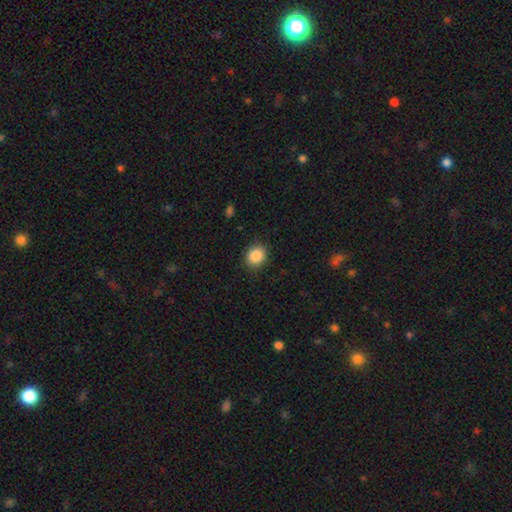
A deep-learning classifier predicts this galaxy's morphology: type=smooth (87%); roundness=round (67%); merging=none (87%).